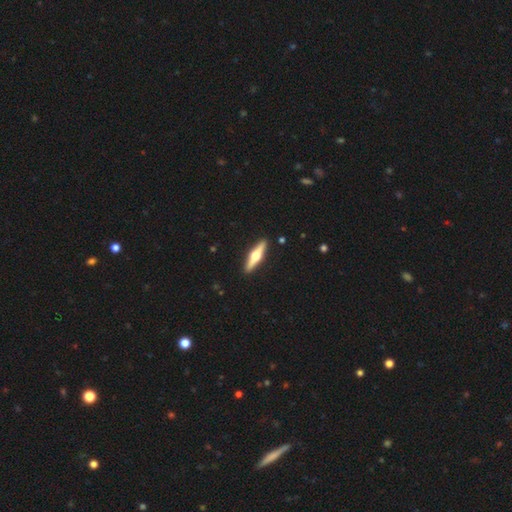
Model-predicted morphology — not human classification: This appears to be a featured or disk galaxy (67%) viewed edge-on (97%) with a rounded central bulge (96%). Merging: none (92%).